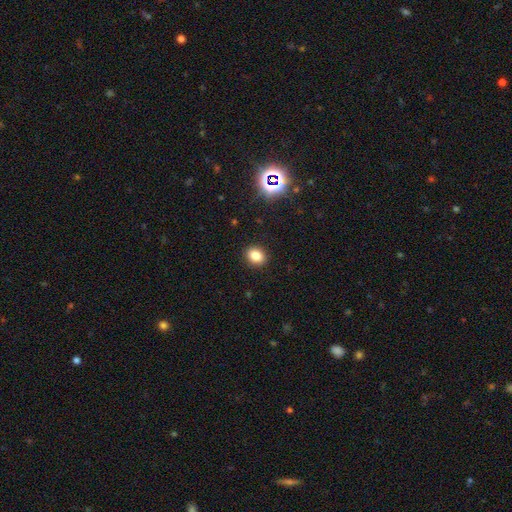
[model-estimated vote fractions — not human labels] This is clearly a smooth galaxy (82%). How rounded: possibly round (51%). Merging: clearly none (90%).